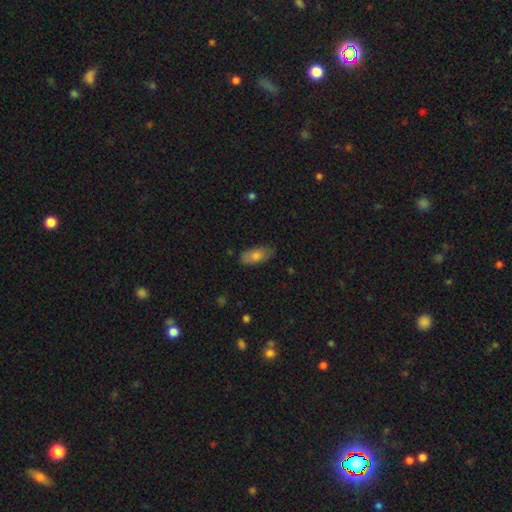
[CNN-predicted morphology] Smooth or featured: smooth — 76% (featured or disk — 17%)
How rounded: in between — 85% (cigar-shaped — 13%)
Merging: none — 78% (minor disturbance — 18%)